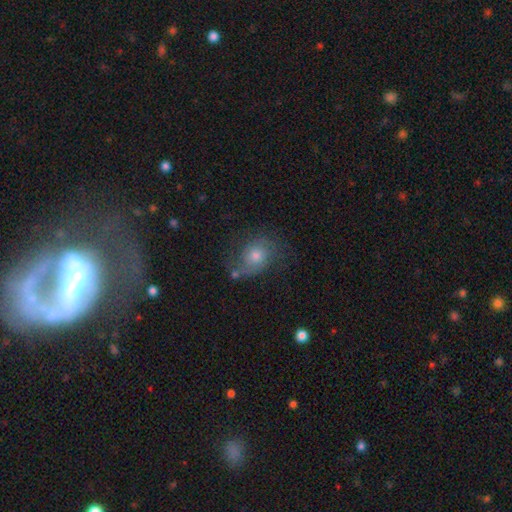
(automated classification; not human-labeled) A featured or disk galaxy (51%).

Vote fractions:
- Smooth or featured? featured or disk: 51% / smooth: 36% / star or artifact: 13%
- Edge-on disk? no: 96% / yes: 4%
- Merging? none: 61% / minor disturbance: 21% / major disturbance: 14% / merger: 4%